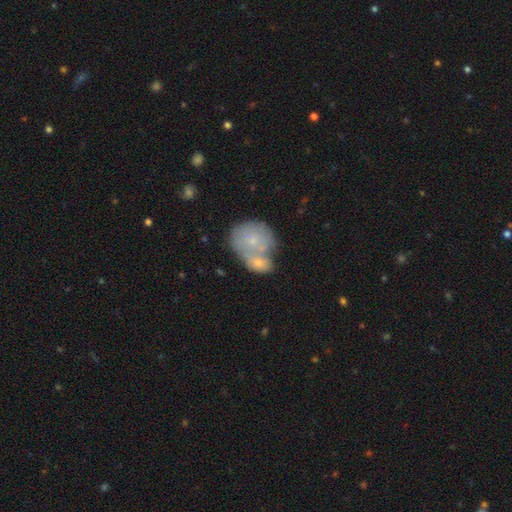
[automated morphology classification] Q: Smooth or featured?
A: smooth (54%); runner-up: featured or disk (37%)
Q: How rounded?
A: round (63%); runner-up: in between (36%)
Q: Merging?
A: merger (65%); runner-up: none (23%)